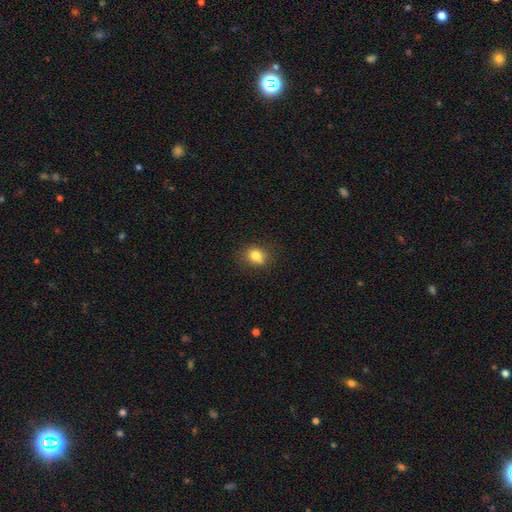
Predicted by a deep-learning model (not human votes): Overall: smooth (79%). How rounded: round (59%; in between 40%). Merging: none (66%).